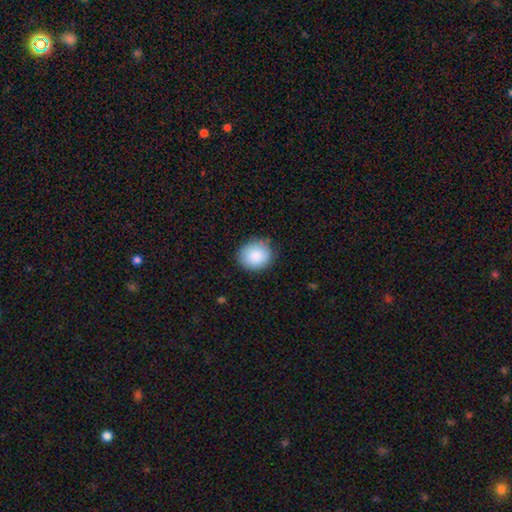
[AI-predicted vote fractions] Morphology: type=smooth (88%); roundness=round (72%); merging=none (85%).